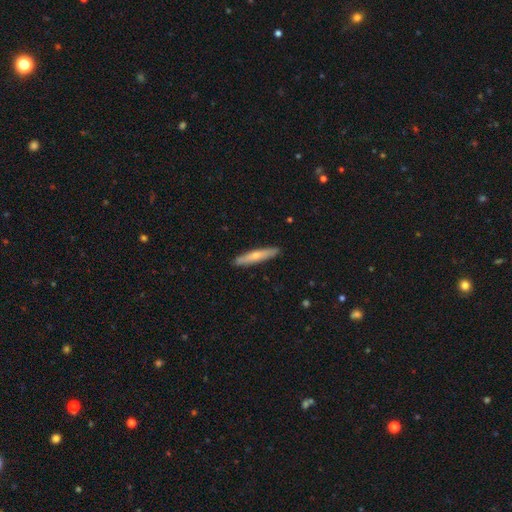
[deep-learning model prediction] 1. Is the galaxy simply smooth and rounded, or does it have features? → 56% smooth, 39% featured or disk, 6% star or artifact.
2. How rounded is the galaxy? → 90% cigar-shaped, 9% in between, 2% round.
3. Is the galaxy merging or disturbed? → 90% none, 7% minor disturbance, 1% major disturbance, 1% merger.